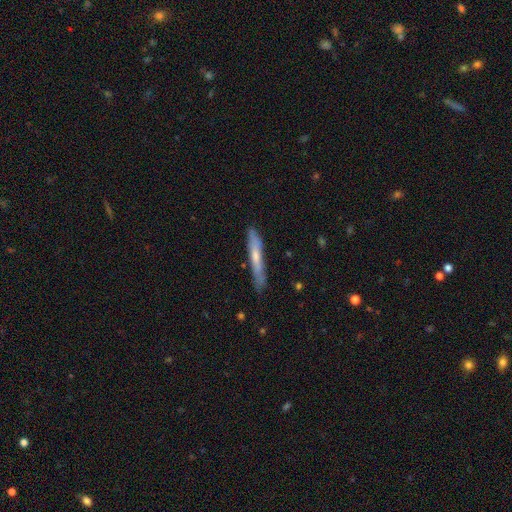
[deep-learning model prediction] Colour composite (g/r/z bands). It shows a smooth galaxy with no disk features (47%). Merging: none (79%).